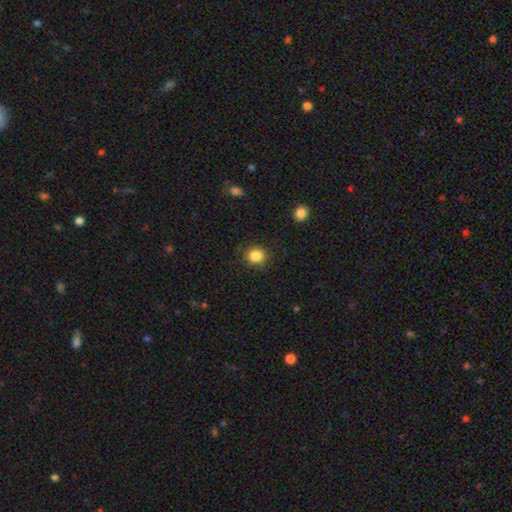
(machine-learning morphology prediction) A smooth galaxy with no disk features (86%) that is round (79%). Merging: none (88%).